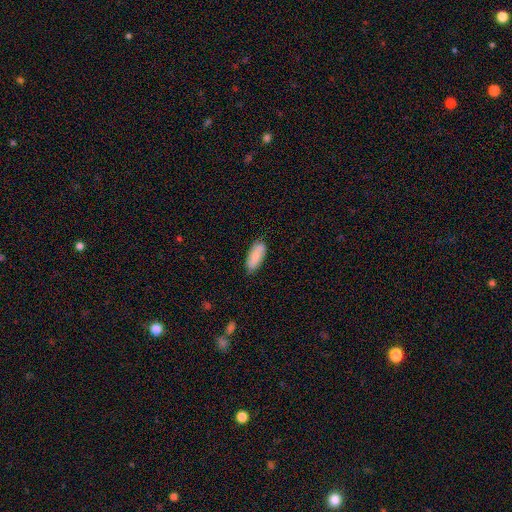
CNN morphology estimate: Overall: smooth (84%). How rounded: in between (79%). Merging: none (80%).